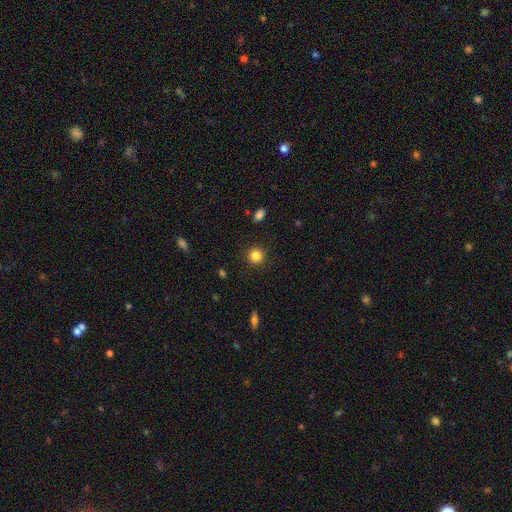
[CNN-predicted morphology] smooth 85%, star or artifact 11%, featured or disk 4%. Down the decision tree: how rounded — round (93%); merging — none (90%).